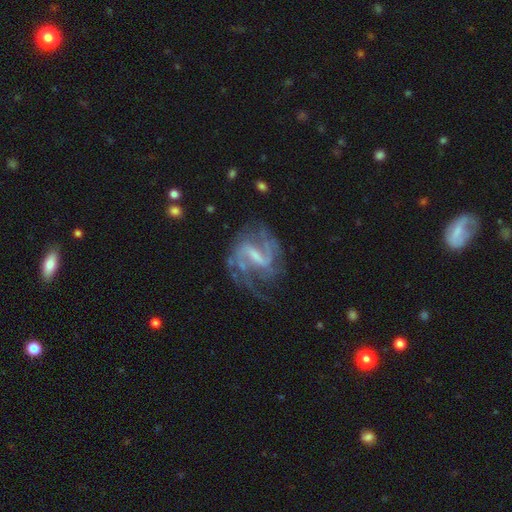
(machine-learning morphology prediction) The model was most divided on "bar": strong: 48%, weak: 43%, no: 9%. Remaining: edge-on disk — no (97%); spiral arms — yes (95%); smooth or featured — featured or disk (88%); spiral arm count — 2 (70%); merging — none (59%); spiral winding — medium (51%); bulge size — small (41%).